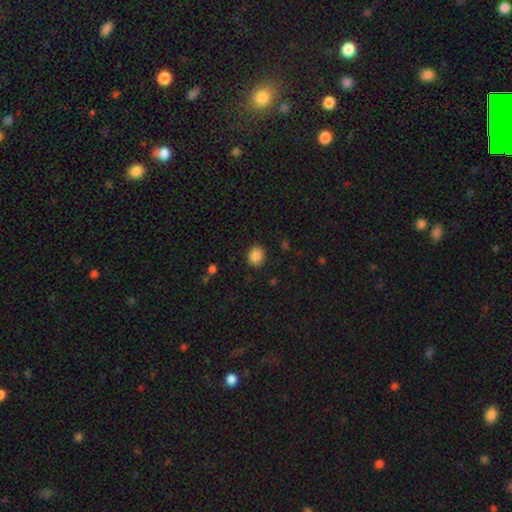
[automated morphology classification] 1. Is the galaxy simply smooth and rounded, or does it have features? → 87% smooth, 9% star or artifact, 4% featured or disk.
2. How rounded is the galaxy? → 75% round, 25% in between, 1% cigar-shaped.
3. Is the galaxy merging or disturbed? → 89% none, 8% minor disturbance, 2% major disturbance, 1% merger.